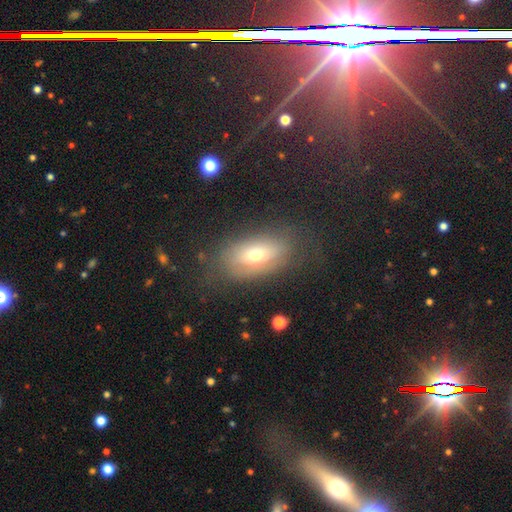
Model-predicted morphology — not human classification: Q: Smooth or featured?
A: smooth (57%); runner-up: featured or disk (33%)
Q: How rounded?
A: in between (86%); runner-up: round (8%)
Q: Merging?
A: none (68%); runner-up: minor disturbance (19%)